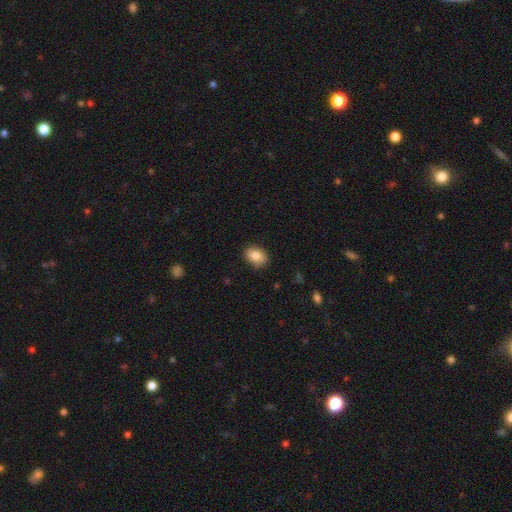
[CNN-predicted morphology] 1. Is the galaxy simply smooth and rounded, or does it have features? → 85% smooth, 8% star or artifact, 7% featured or disk.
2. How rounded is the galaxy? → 74% in between, 25% round, 1% cigar-shaped.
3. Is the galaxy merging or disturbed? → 81% none, 15% minor disturbance, 3% major disturbance, 1% merger.